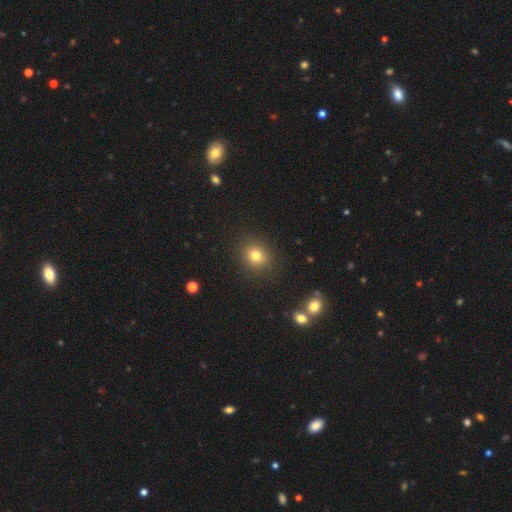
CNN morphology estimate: A smooth galaxy with no disk features (78%) that is round (79%). Merging: none (88%).